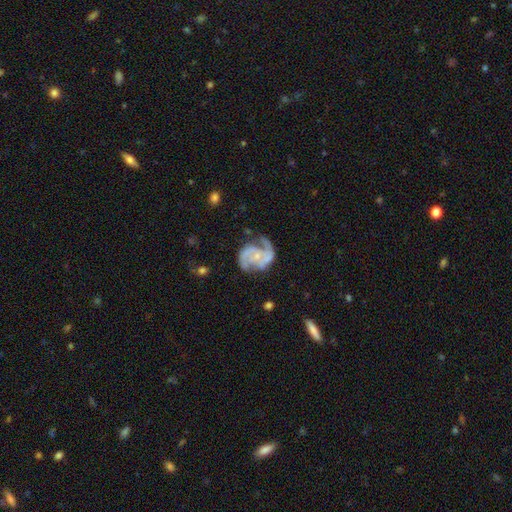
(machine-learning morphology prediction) featured or disk 87%, smooth 8%, star or artifact 5%. Down the decision tree: edge-on disk — no (98%); bar — no (66%); spiral arms — yes (95%); spiral arm count — 2 (73%); spiral winding — medium (51%); bulge size — small (71%); merging — none (54%).